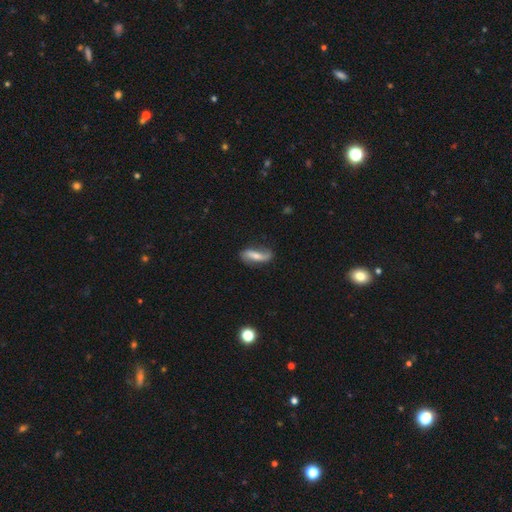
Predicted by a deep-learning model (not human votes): Smooth or featured: featured or disk — 53% (smooth — 40%)
Edge-on disk: no — 81% (yes — 19%)
Merging: none — 64% (minor disturbance — 24%)